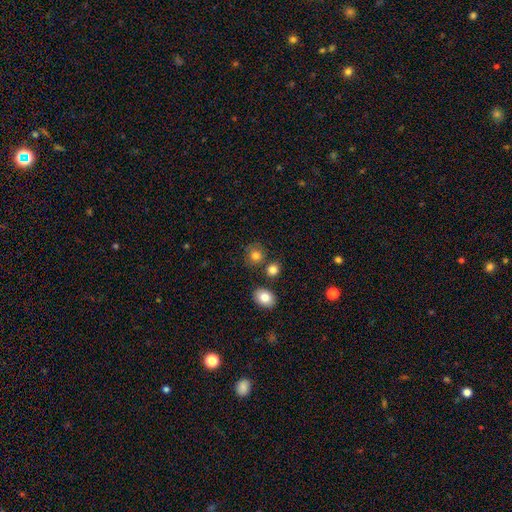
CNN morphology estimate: type=smooth (82%); roundness=round (81%); merging=none (74%).